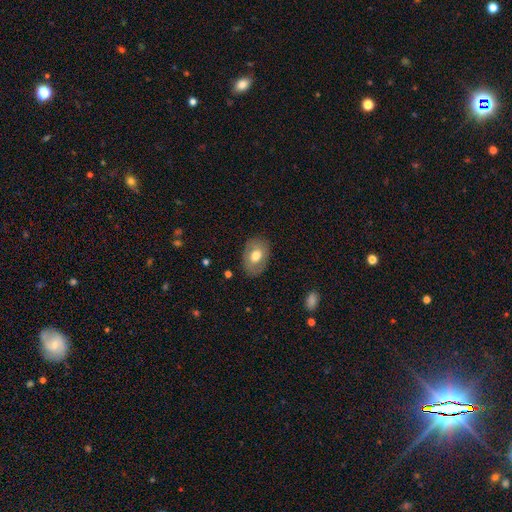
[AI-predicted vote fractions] smooth-or-featured: smooth: 59% | featured or disk: 34% | star or artifact: 7%
  how-rounded: in between: 77% | round: 22% | cigar-shaped: 1%
  merging: none: 81% | minor disturbance: 14% | major disturbance: 4% | merger: 1%